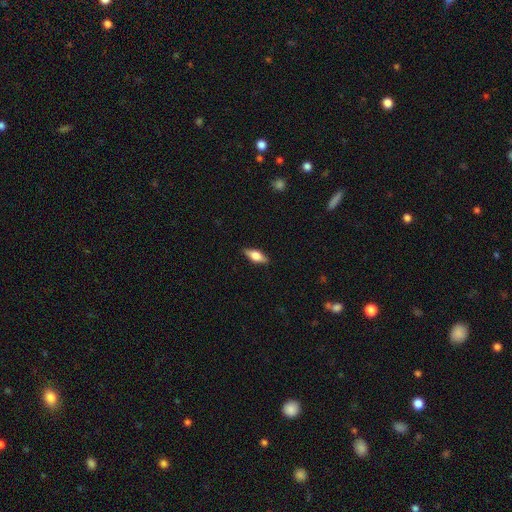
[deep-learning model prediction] Smooth or featured? smooth (54%)
How rounded? in between (70%)
Merging? none (88%)